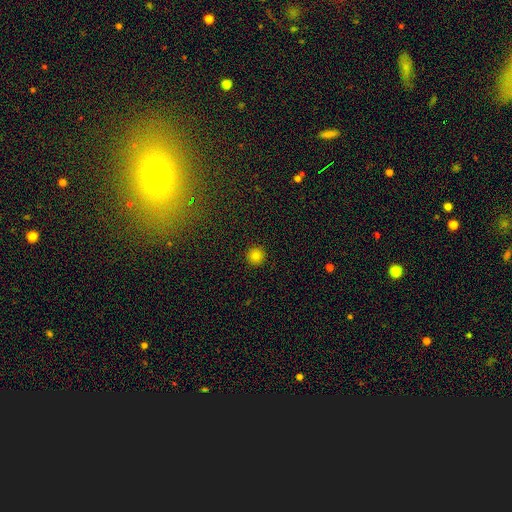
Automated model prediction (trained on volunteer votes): smooth-or-featured: smooth: 83% | star or artifact: 12% | featured or disk: 5%
  how-rounded: round: 96% | in between: 3% | cigar-shaped: 1%
  merging: none: 93% | minor disturbance: 5% | major disturbance: 2% | merger: 1%